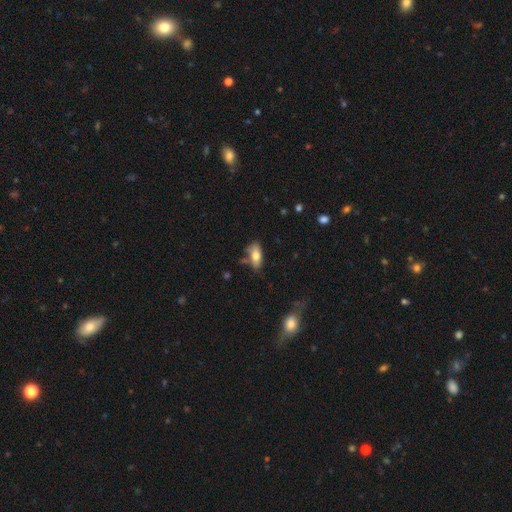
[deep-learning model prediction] Q: Smooth or featured?
A: smooth (74%); runner-up: featured or disk (19%)
Q: How rounded?
A: in between (84%); runner-up: cigar-shaped (13%)
Q: Merging?
A: none (60%); runner-up: minor disturbance (23%)